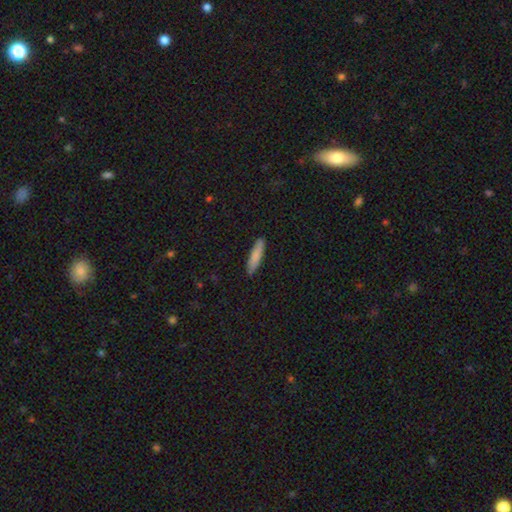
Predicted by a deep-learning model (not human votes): Overall: smooth (84%). How rounded: cigar-shaped (81%). Merging: none (90%).